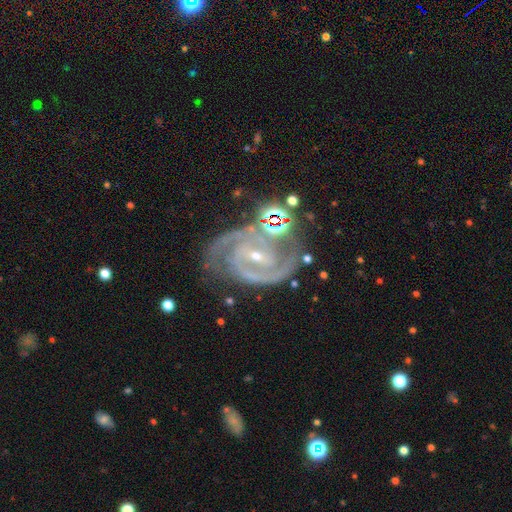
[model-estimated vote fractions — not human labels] A featured or disk galaxy (91%) with a strong bar (41%), 2 (73%) tight (51%) spiral arms (98%) and a small central bulge (74%). Merging: none (65%).